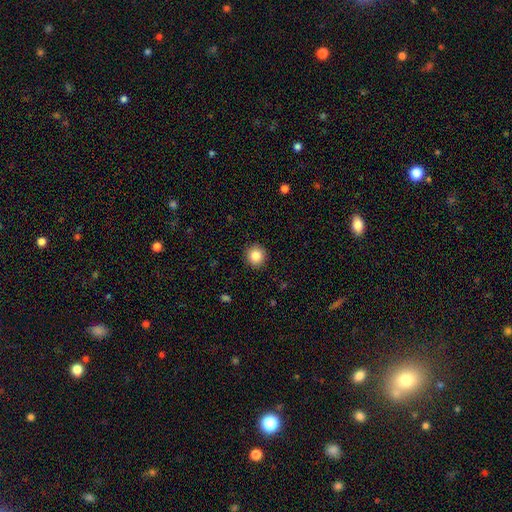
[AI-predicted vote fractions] Smooth or featured? Predicted: smooth (p=0.85). How rounded? Predicted: round (p=0.92). Merging? Predicted: none (p=0.92).